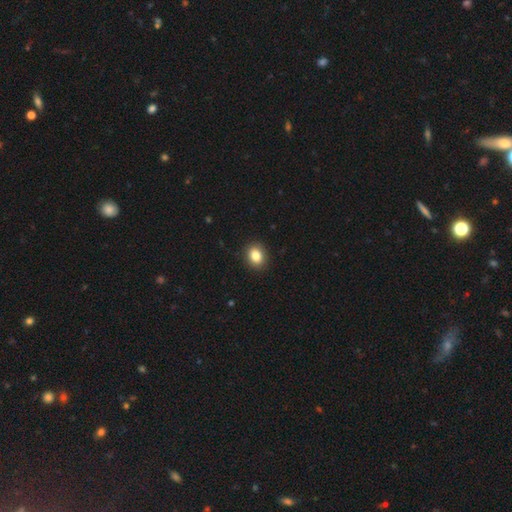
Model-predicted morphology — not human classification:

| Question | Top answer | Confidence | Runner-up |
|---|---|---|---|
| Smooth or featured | smooth | 85% | star or artifact (9%) |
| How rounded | in between | 52% | round (47%) |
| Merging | none | 91% | minor disturbance (6%) |